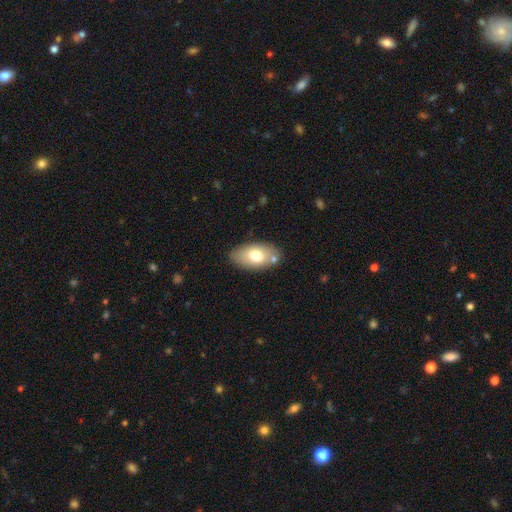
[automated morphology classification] Overall: smooth (71%). How rounded: in between (93%). Merging: none (77%).